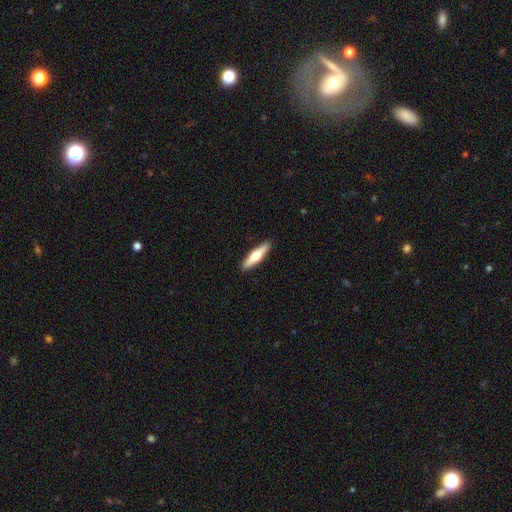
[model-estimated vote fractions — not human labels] This appears to be a smooth galaxy with no disk features (51%) that is cigar-shaped (79%). Merging: none (92%).